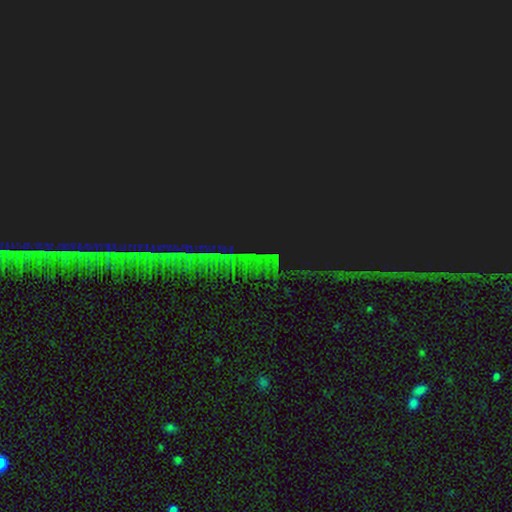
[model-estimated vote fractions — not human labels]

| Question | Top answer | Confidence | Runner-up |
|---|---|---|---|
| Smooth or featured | star or artifact | 84% | smooth (9%) |